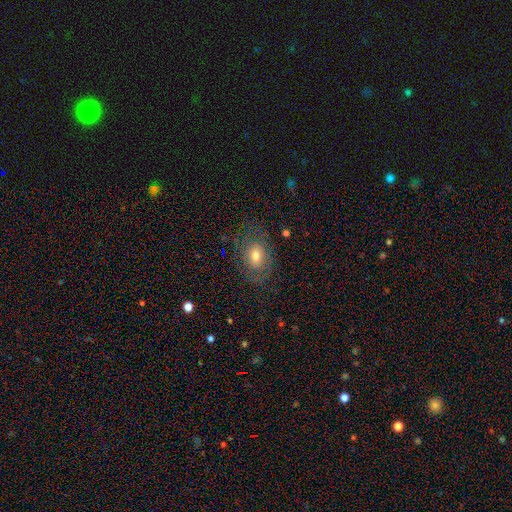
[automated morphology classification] Q: Smooth or featured?
A: smooth (53%); runner-up: featured or disk (36%)
Q: How rounded?
A: in between (72%); runner-up: round (27%)
Q: Merging?
A: none (72%); runner-up: minor disturbance (17%)